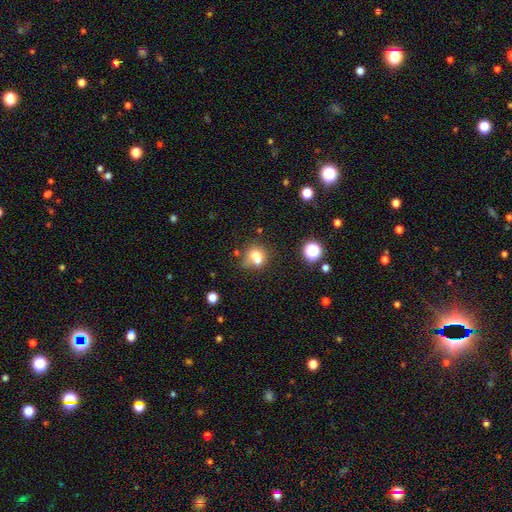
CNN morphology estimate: A smooth galaxy with no disk features (68%) that is round (70%). Merging: merger (43%).